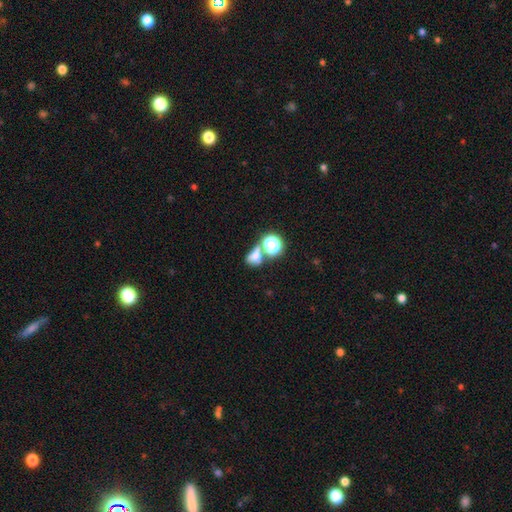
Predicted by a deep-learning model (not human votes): smooth-or-featured: smooth: 63% | star or artifact: 22% | featured or disk: 15%
  how-rounded: round: 51% | in between: 47% | cigar-shaped: 2%
  merging: merger: 43% | none: 38% | minor disturbance: 11% | major disturbance: 7%